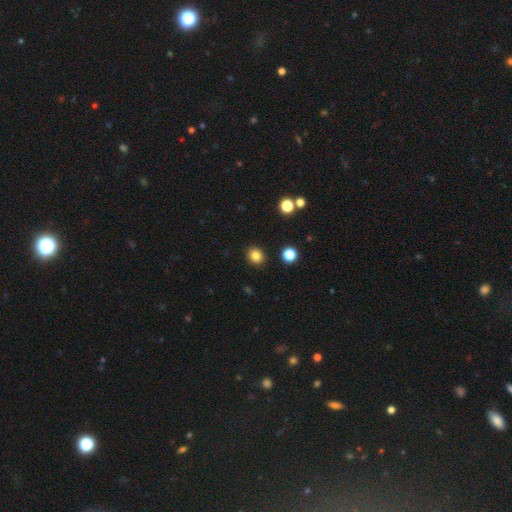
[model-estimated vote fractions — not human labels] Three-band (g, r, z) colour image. It shows a smooth galaxy with no disk features (83%) that is round (71%). Merging: none (90%).